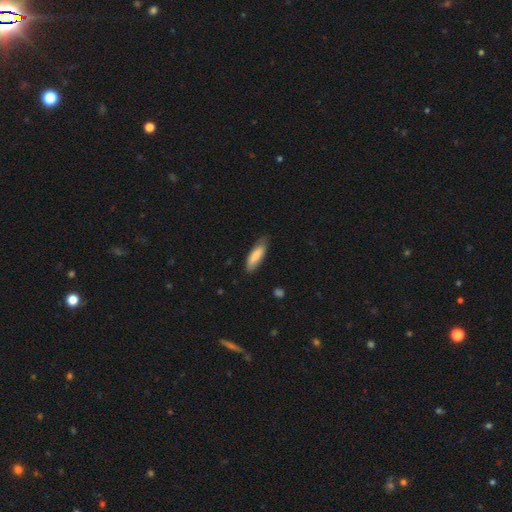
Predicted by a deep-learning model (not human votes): Overall: smooth (77%). How rounded: in between (54%; cigar-shaped 45%). Merging: none (72%).